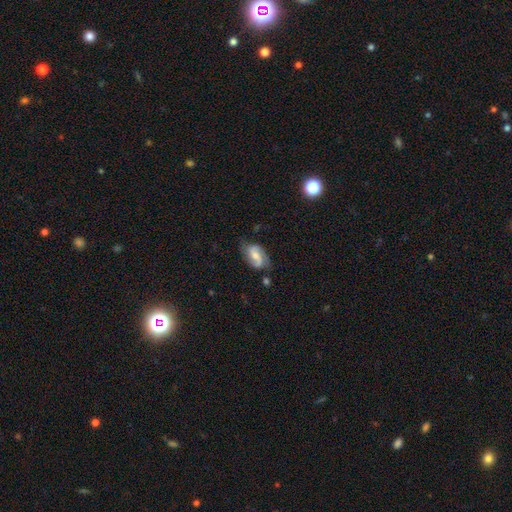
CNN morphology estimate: Smooth or featured?
  - featured or disk: 75% *
  - smooth: 19%
  - star or artifact: 6%
Edge-on disk?
  - no: 96% *
  - yes: 4%
Bar?
  - weak: 48% *
  - no: 32%
  - strong: 20%
Spiral arms?
  - yes: 94% *
  - no: 6%
Spiral winding?
  - medium: 45% *
  - loose: 35%
  - tight: 20%
Spiral arm count?
  - 2: 87% *
  - can't tell: 6%
  - 1: 3%
  - 3: 2%
  - 4: 1%
  - more than 4: 1%
Bulge size?
  - moderate: 50% *
  - small: 39%
  - none: 6%
  - large: 4%
  - dominant: 1%
Merging?
  - none: 69% *
  - minor disturbance: 22%
  - major disturbance: 7%
  - merger: 2%